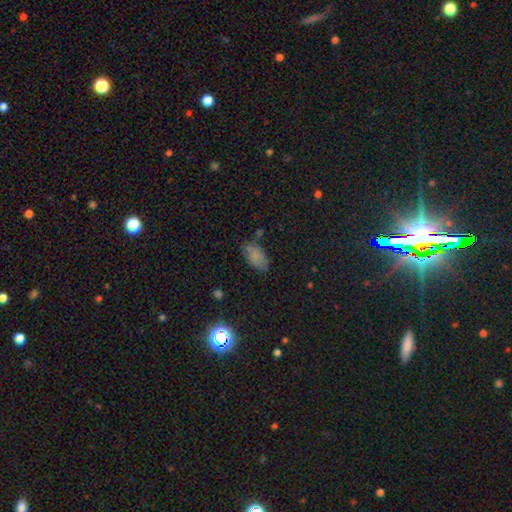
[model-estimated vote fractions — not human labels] smooth 78%, star or artifact 13%, featured or disk 9%. Down the decision tree: how rounded — in between (93%); merging — none (70%).